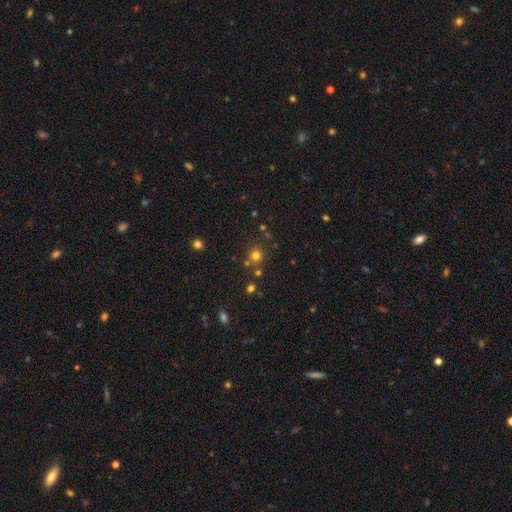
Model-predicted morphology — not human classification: smooth 72%, star or artifact 21%, featured or disk 7%. Down the decision tree: how rounded — round (88%); merging — none (75%).